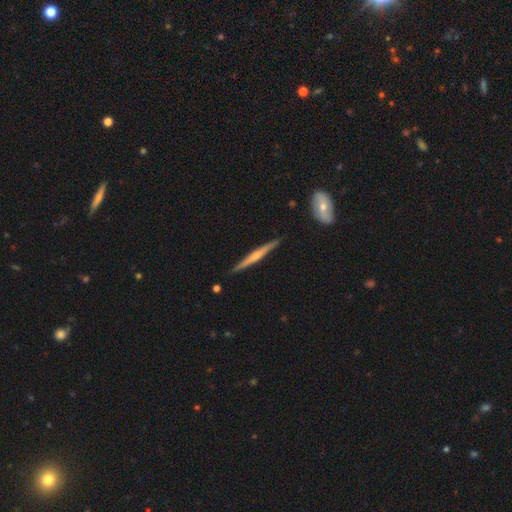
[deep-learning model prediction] smooth-or-featured: featured or disk: 68% | smooth: 27% | star or artifact: 5%
  disk-edge-on: yes: 98% | no: 2%
    edge-on-bulge: rounded: 70% | none: 23% | boxy: 7%
  merging: none: 89% | minor disturbance: 8% | merger: 1% | major disturbance: 1%